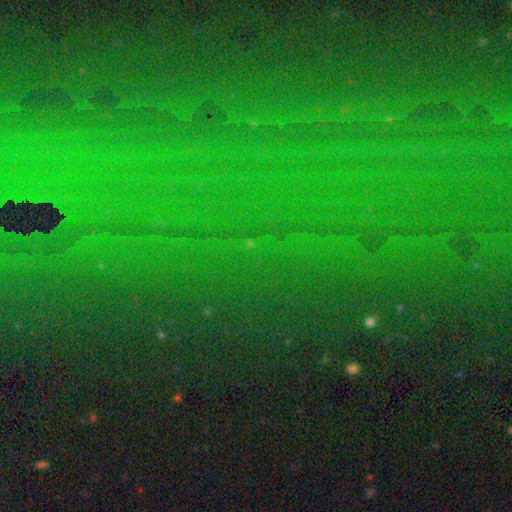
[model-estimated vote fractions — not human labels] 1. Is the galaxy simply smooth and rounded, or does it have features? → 80% star or artifact, 11% smooth, 9% featured or disk.